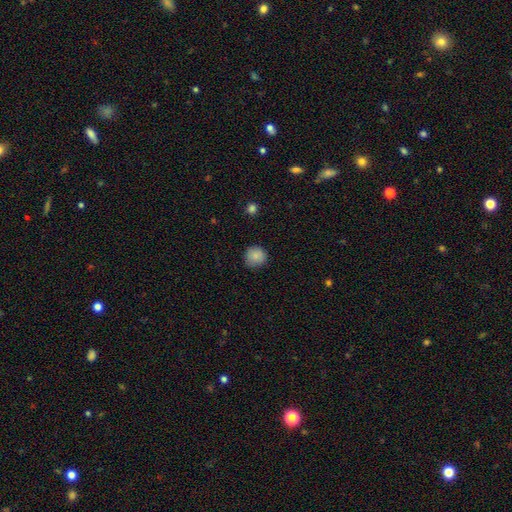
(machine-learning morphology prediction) Smooth or featured: smooth — 87% (star or artifact — 9%)
How rounded: round — 91% (in between — 8%)
Merging: none — 83% (minor disturbance — 13%)